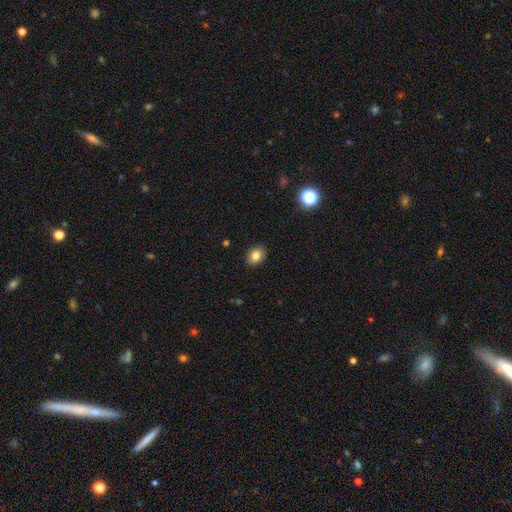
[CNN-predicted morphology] smooth-or-featured: smooth: 82% | star or artifact: 10% | featured or disk: 8%
  how-rounded: in between: 62% | round: 37% | cigar-shaped: 1%
  merging: none: 87% | minor disturbance: 10% | major disturbance: 2% | merger: 1%